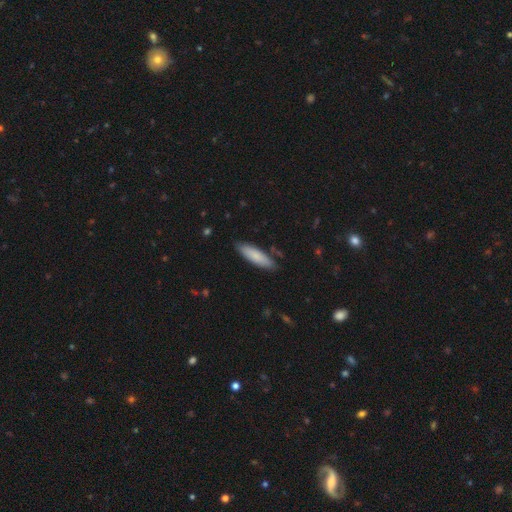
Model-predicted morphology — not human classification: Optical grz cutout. It shows a smooth galaxy with no disk features (80%) that is cigar-shaped (58%). Merging: none (83%).